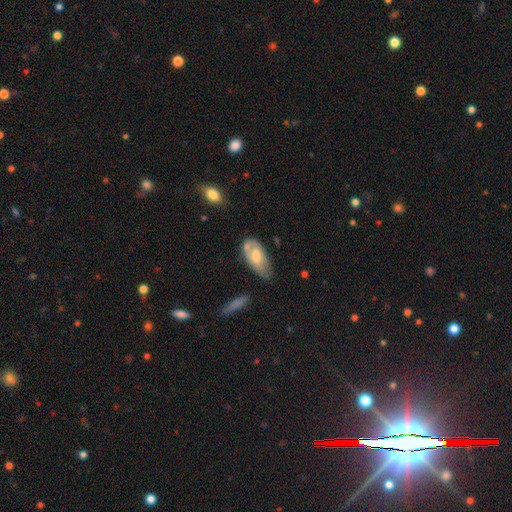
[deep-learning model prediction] Morphology: type=smooth (54%); roundness=in between (89%); merging=none (43%).